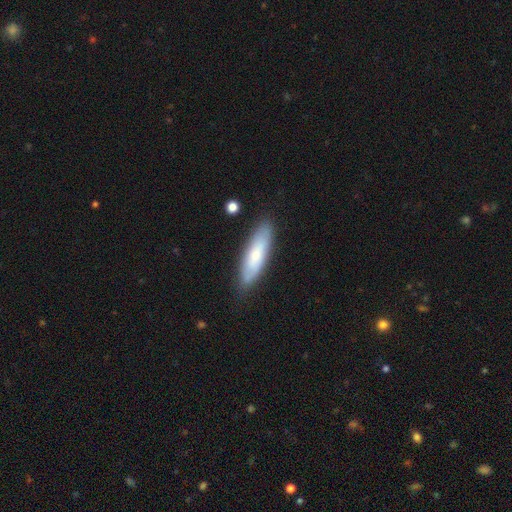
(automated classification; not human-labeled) This is likely a smooth galaxy (66%). How rounded: possibly cigar-shaped (58%). Merging: clearly none (83%).